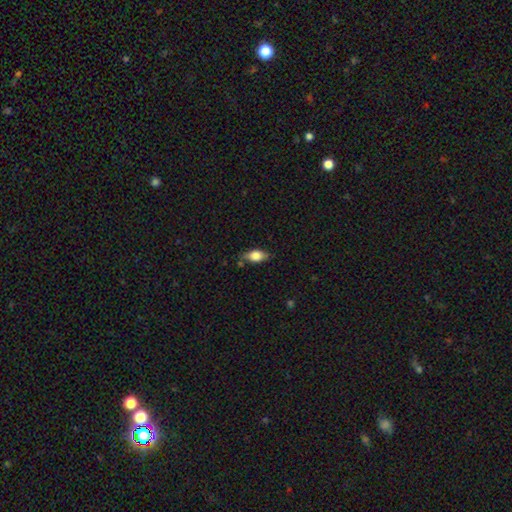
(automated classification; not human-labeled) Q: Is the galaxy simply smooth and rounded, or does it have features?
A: smooth — 78%.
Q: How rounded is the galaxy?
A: in between — 87%.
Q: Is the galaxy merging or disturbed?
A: none — 68%.